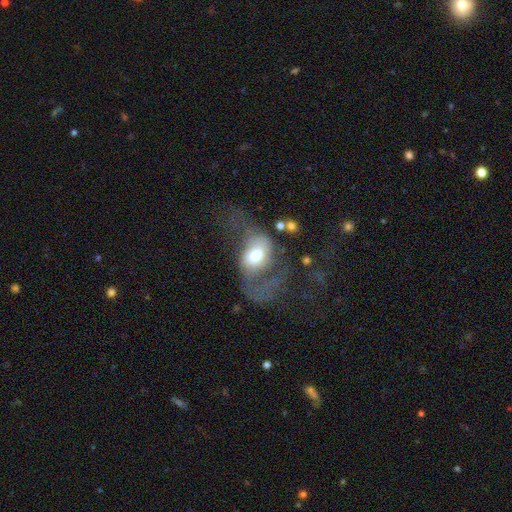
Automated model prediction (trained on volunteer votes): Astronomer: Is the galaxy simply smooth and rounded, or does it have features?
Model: featured or disk — 51% (runner-up: smooth, 41%).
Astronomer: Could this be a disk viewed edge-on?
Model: no — 95%.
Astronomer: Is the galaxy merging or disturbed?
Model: major disturbance — 58%.